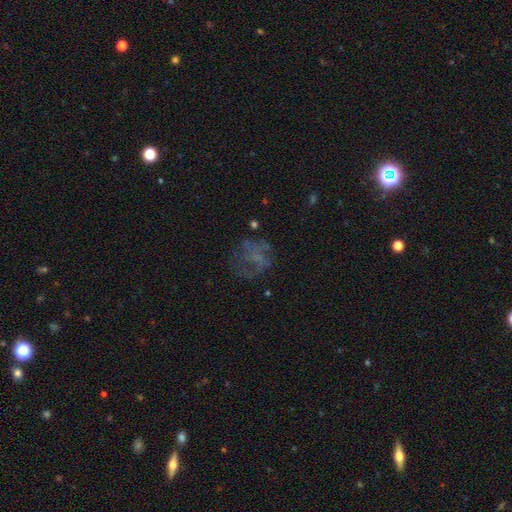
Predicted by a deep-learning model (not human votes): This appears to be a featured or disk galaxy (48%). Merging: none (52%).